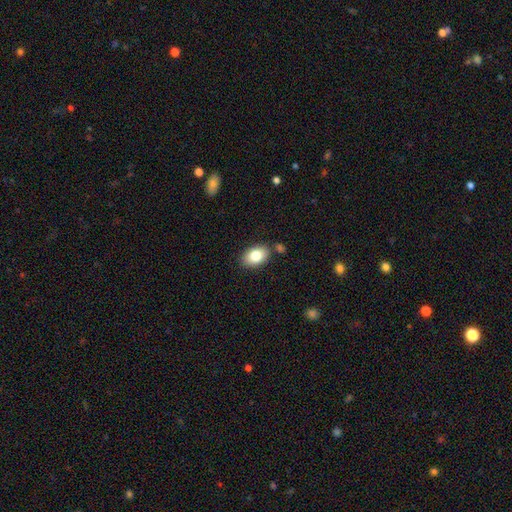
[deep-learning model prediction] smooth_or_featured: smooth (p=0.81) [alt: featured or disk p=0.12]
how_rounded: in between (p=0.88) [alt: round p=0.10]
merging: none (p=0.81) [alt: minor disturbance p=0.11]